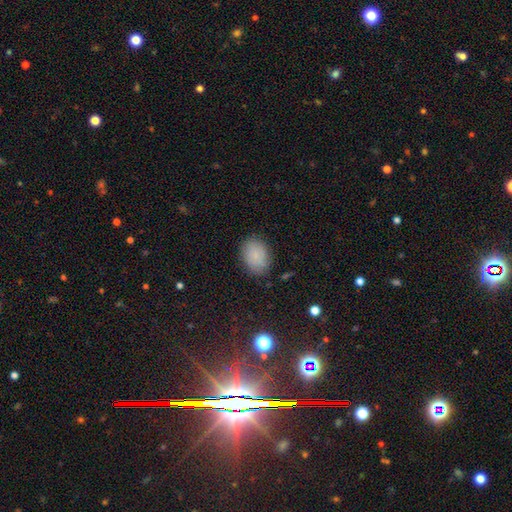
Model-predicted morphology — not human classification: type=smooth (84%); roundness=in between (74%); merging=none (83%).